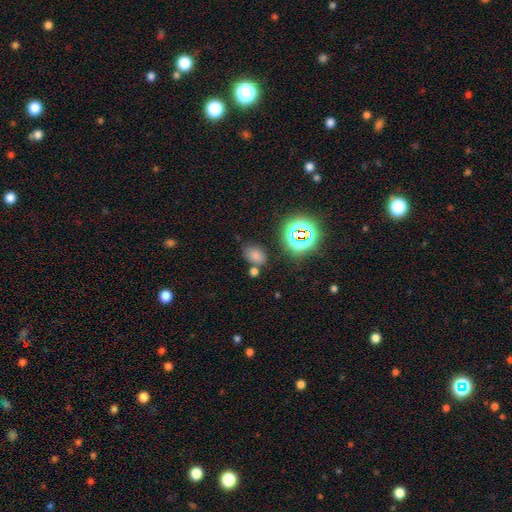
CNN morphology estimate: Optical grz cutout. It shows a smooth galaxy with no disk features (69%) that is in between round and cigar-shaped (82%). Merging: none (68%).